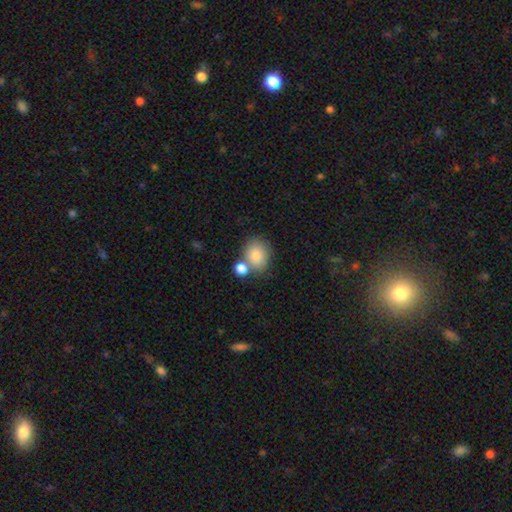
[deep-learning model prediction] Smooth or featured: smooth — 83% (featured or disk — 9%)
How rounded: round — 52% (in between — 47%)
Merging: none — 56% (merger — 28%)